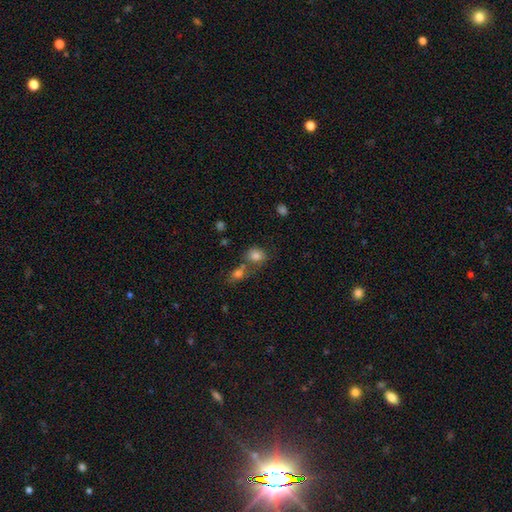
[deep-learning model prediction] A smooth galaxy with no disk features (80%) that is round (53%).

Vote fractions:
- Smooth or featured? smooth: 80% / star or artifact: 11% / featured or disk: 8%
- How rounded? round: 53% / in between: 45% / cigar-shaped: 1%
- Merging? none: 45% / merger: 37% / minor disturbance: 12% / major disturbance: 6%